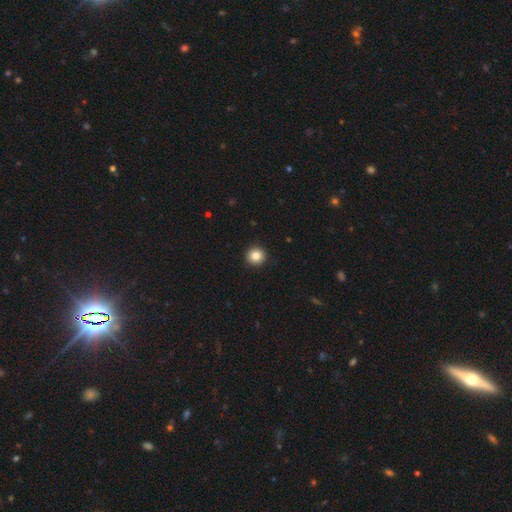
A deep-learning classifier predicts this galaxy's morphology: smooth 85%, star or artifact 10%, featured or disk 5%. Down the decision tree: how rounded — round (95%); merging — none (93%).